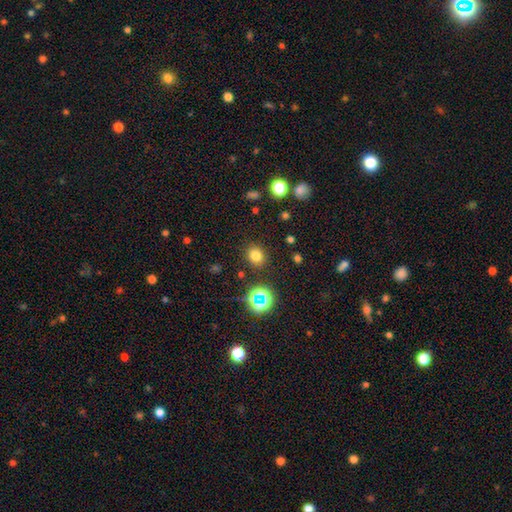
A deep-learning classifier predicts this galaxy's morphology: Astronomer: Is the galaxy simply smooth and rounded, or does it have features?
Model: smooth — 73%.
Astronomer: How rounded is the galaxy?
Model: round — 71%.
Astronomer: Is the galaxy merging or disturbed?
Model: none — 87%.